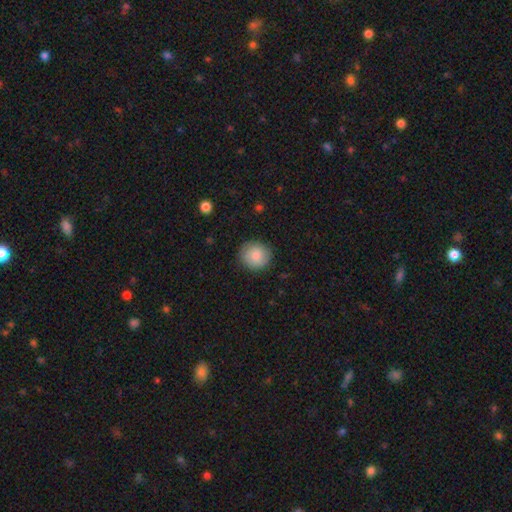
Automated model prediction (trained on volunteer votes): smooth-or-featured: smooth: 84% | featured or disk: 9% | star or artifact: 7%
  how-rounded: round: 90% | in between: 9% | cigar-shaped: 1%
  merging: none: 87% | minor disturbance: 9% | major disturbance: 2% | merger: 1%